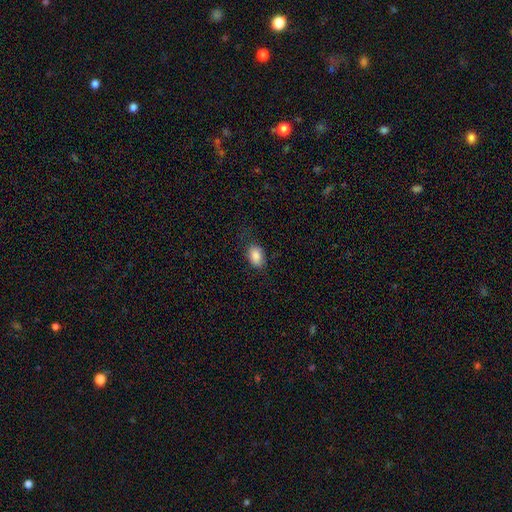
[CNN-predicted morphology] The model was most divided on "merging": none: 74%, minor disturbance: 18%, major disturbance: 6%, merger: 1%. More confident: smooth or featured — smooth (86%); how rounded — in between (86%).